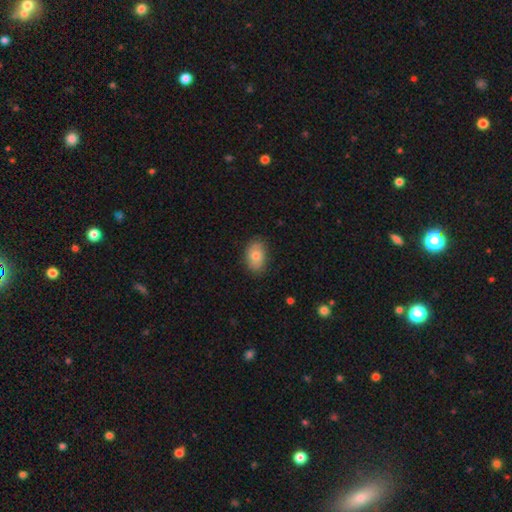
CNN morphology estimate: The model was most divided on "smooth or featured": smooth: 76%, featured or disk: 16%, star or artifact: 8%. More confident: how rounded — in between (87%); merging — none (82%).